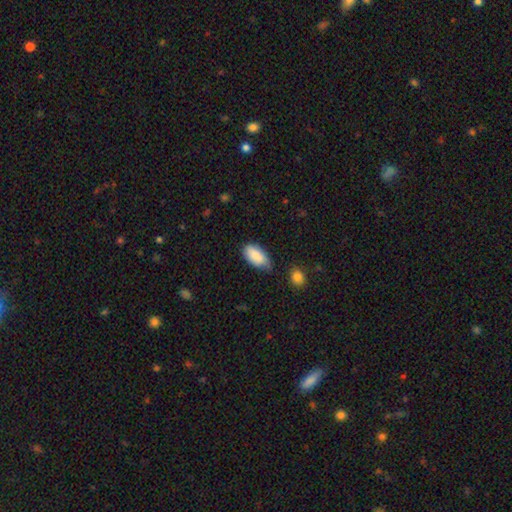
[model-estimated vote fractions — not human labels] smooth_or_featured: smooth (p=0.87) [alt: star or artifact p=0.07]
how_rounded: in between (p=0.93) [alt: cigar-shaped p=0.05]
merging: none (p=0.60) [alt: minor disturbance p=0.32]